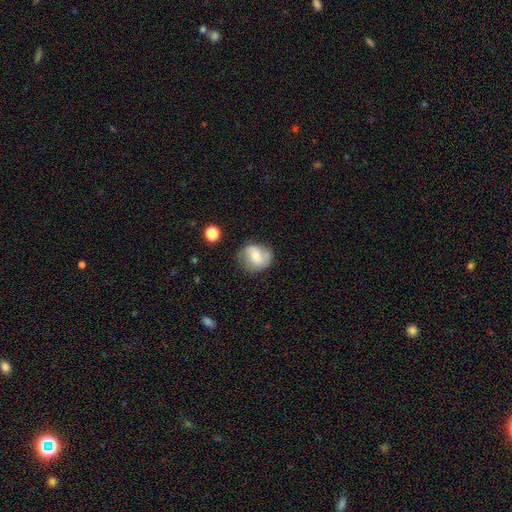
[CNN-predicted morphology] featured or disk 48%, smooth 43%, star or artifact 8%. Down the decision tree: merging — none (64%).